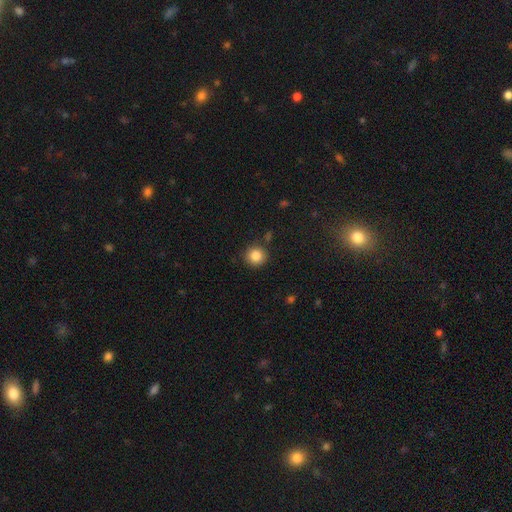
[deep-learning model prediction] Smooth or featured?
  - smooth: 84% *
  - star or artifact: 10%
  - featured or disk: 6%
How rounded?
  - round: 92% *
  - in between: 7%
  - cigar-shaped: 1%
Merging?
  - none: 86% *
  - minor disturbance: 8%
  - merger: 3%
  - major disturbance: 2%